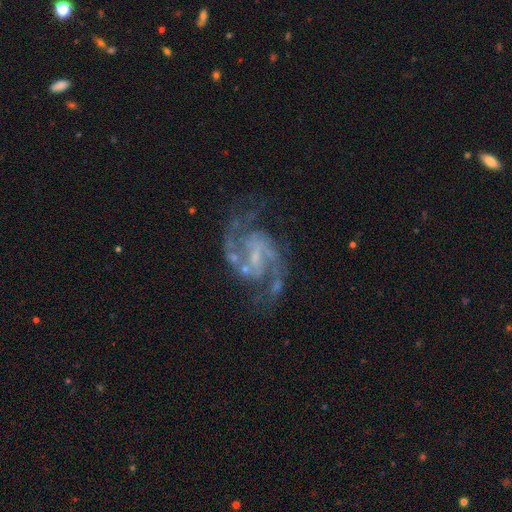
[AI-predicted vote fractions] Smooth or featured?
  - featured or disk: 92% *
  - star or artifact: 6%
  - smooth: 3%
Edge-on disk?
  - no: 98% *
  - yes: 2%
Bar?
  - weak: 54% *
  - no: 25%
  - strong: 21%
Spiral arms?
  - yes: 98% *
  - no: 2%
Spiral winding?
  - medium: 63% *
  - loose: 20%
  - tight: 16%
Spiral arm count?
  - 2: 90% *
  - 3: 3%
  - can't tell: 3%
  - 1: 1%
  - 4: 1%
  - more than 4: 1%
Bulge size?
  - small: 55% *
  - none: 29%
  - moderate: 14%
  - large: 1%
  - dominant: 1%
Merging?
  - none: 68% *
  - minor disturbance: 16%
  - major disturbance: 11%
  - merger: 4%